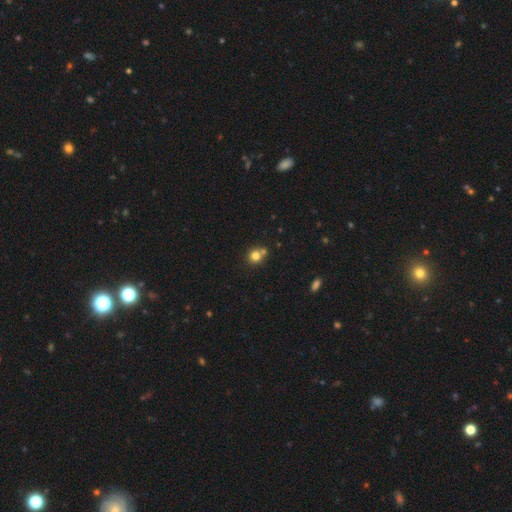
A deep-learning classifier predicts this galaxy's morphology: A smooth galaxy with no disk features (79%) that is round (87%).

Vote fractions:
- Smooth or featured? smooth: 79% / star or artifact: 13% / featured or disk: 9%
- How rounded? round: 87% / in between: 12% / cigar-shaped: 1%
- Merging? none: 60% / merger: 28% / minor disturbance: 9% / major disturbance: 3%